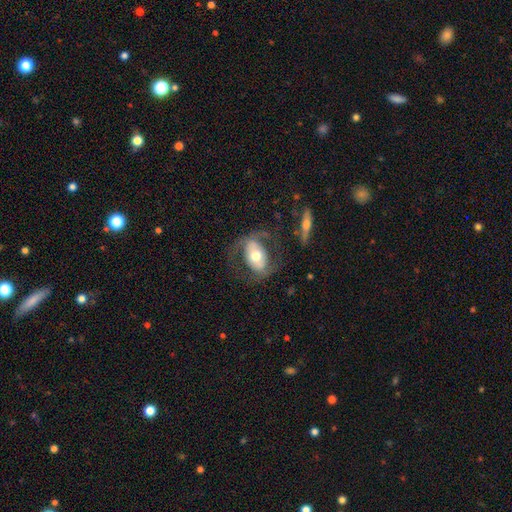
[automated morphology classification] Q: Smooth or featured?
A: featured or disk (59%); runner-up: smooth (35%)
Q: Edge-on disk?
A: no (90%); runner-up: yes (10%)
Q: Bar?
A: no (45%); runner-up: strong (31%)
Q: Spiral arms?
A: no (51%); runner-up: yes (49%)
Q: Bulge size?
A: moderate (66%); runner-up: large (19%)
Q: Merging?
A: none (62%); runner-up: major disturbance (19%)